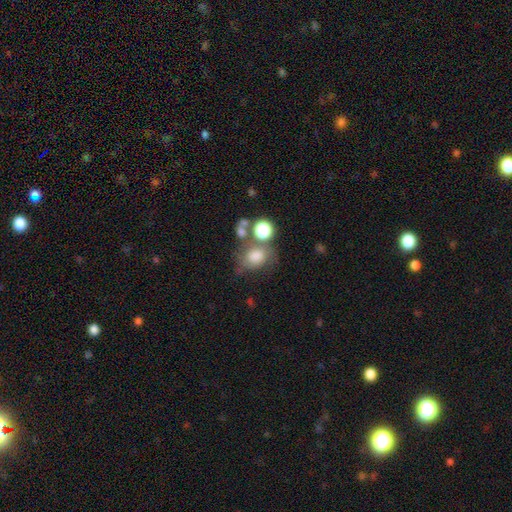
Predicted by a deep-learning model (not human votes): smooth 64%, featured or disk 21%, star or artifact 15%. Down the decision tree: how rounded — round (55%); merging — none (43%).